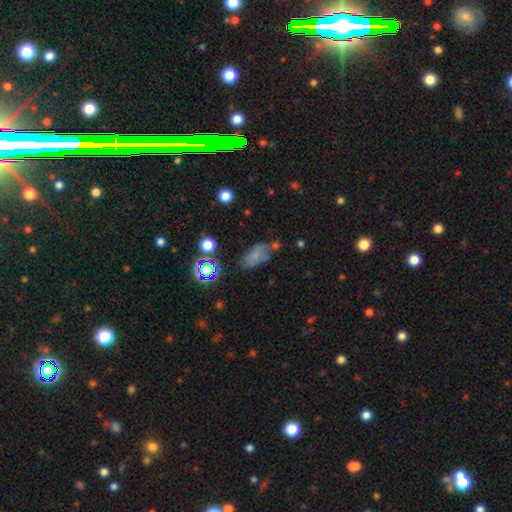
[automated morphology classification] Smooth or featured? Predicted: smooth (p=0.58). How rounded? Predicted: in between (p=0.83). Merging? Predicted: none (p=0.47).